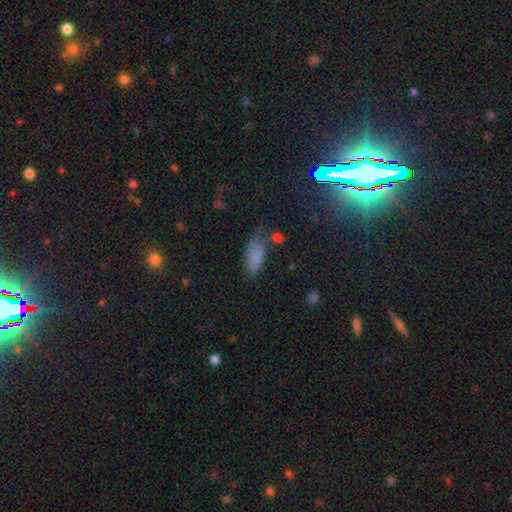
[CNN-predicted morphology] Smooth or featured?
  - smooth: 78% *
  - star or artifact: 14%
  - featured or disk: 9%
How rounded?
  - in between: 82% *
  - cigar-shaped: 15%
  - round: 3%
Merging?
  - none: 52% *
  - minor disturbance: 30%
  - major disturbance: 12%
  - merger: 7%